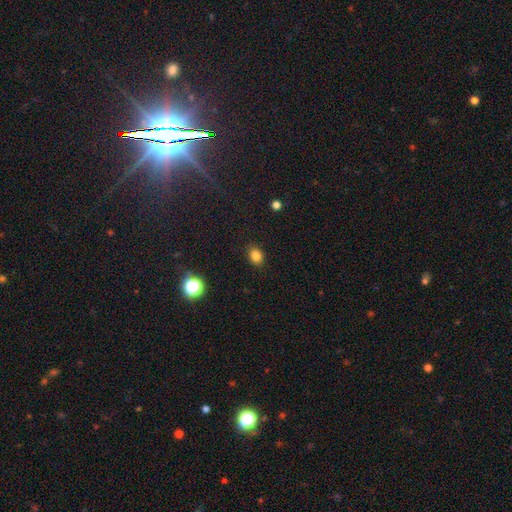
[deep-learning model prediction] smooth 82%, star or artifact 13%, featured or disk 5%. Down the decision tree: how rounded — in between (55%); merging — none (88%).